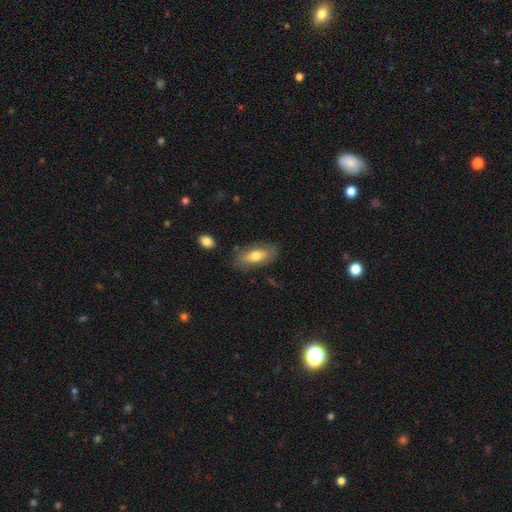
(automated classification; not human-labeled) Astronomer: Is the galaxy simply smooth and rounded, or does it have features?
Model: smooth — 69%.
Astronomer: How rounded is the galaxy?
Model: in between — 82%.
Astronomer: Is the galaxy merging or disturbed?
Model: none — 79%.